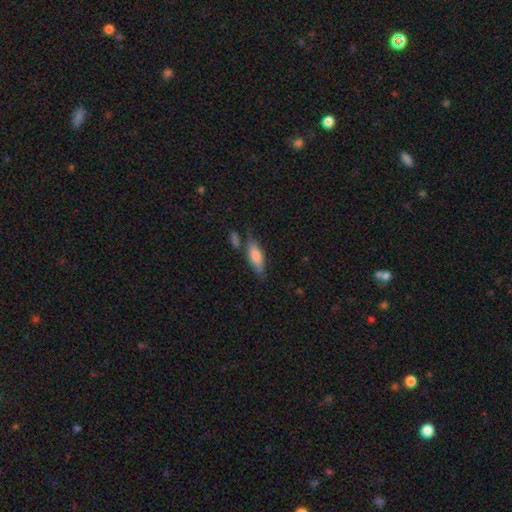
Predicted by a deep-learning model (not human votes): Smooth or featured: smooth — 72% (featured or disk — 21%)
How rounded: in between — 59% (cigar-shaped — 38%)
Merging: none — 64% (minor disturbance — 19%)